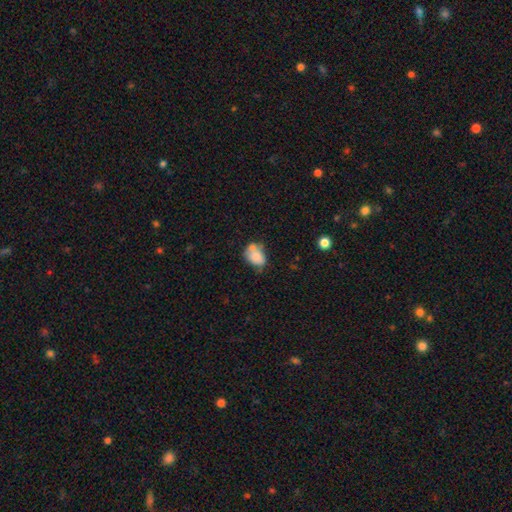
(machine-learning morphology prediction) This appears to be a smooth galaxy with no disk features (74%) that is in between round and cigar-shaped (66%). Merging: merger (36%).